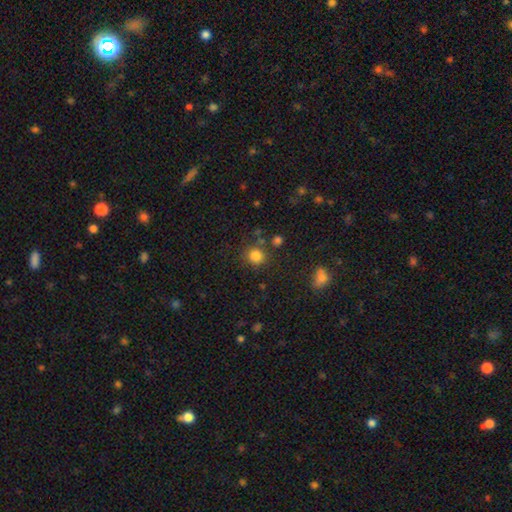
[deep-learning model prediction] smooth-or-featured: smooth: 83% | star or artifact: 12% | featured or disk: 5%
  how-rounded: round: 89% | in between: 10% | cigar-shaped: 1%
  merging: none: 79% | minor disturbance: 10% | merger: 7% | major disturbance: 4%